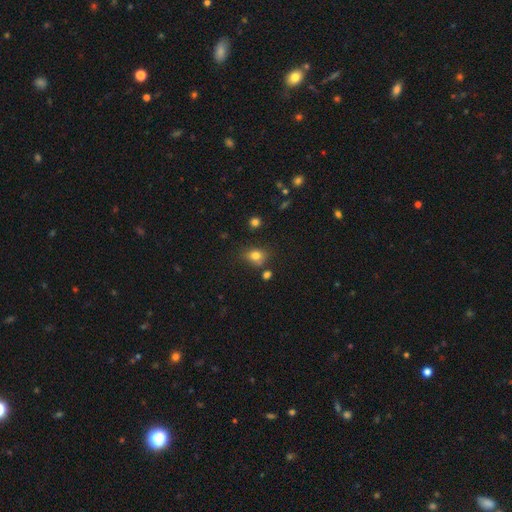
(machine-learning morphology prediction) Smooth or featured? smooth (78%)
How rounded? round (52%)
Merging? none (67%)